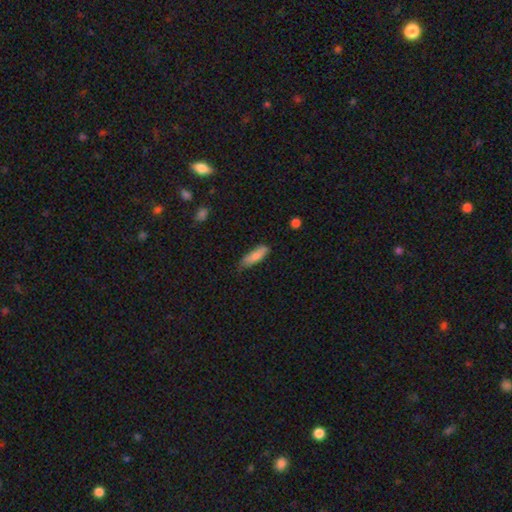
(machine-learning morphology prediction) smooth 84%, featured or disk 10%, star or artifact 6%. Down the decision tree: how rounded — cigar-shaped (54%); merging — none (65%).